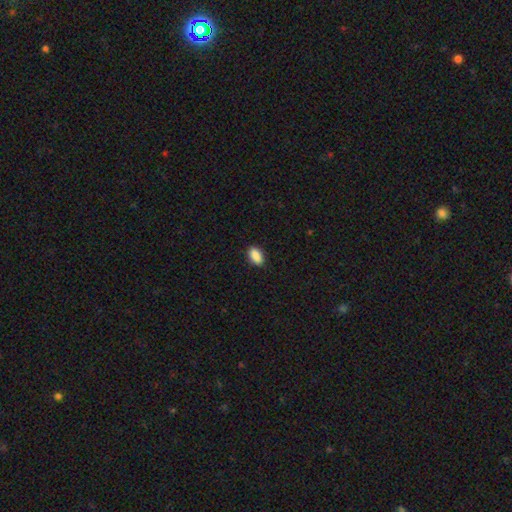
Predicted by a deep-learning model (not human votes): smooth_or_featured: smooth (p=0.89) [alt: star or artifact p=0.07]
how_rounded: in between (p=0.90) [alt: round p=0.05]
merging: none (p=0.87) [alt: minor disturbance p=0.10]